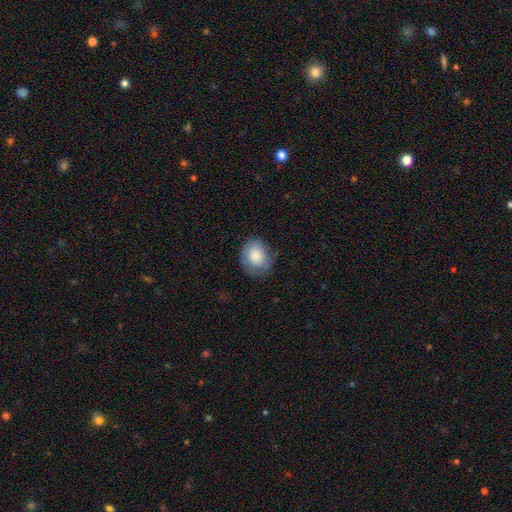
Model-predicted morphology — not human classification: This appears to be a smooth galaxy with no disk features (82%) that is round (50%). Merging: none (68%).